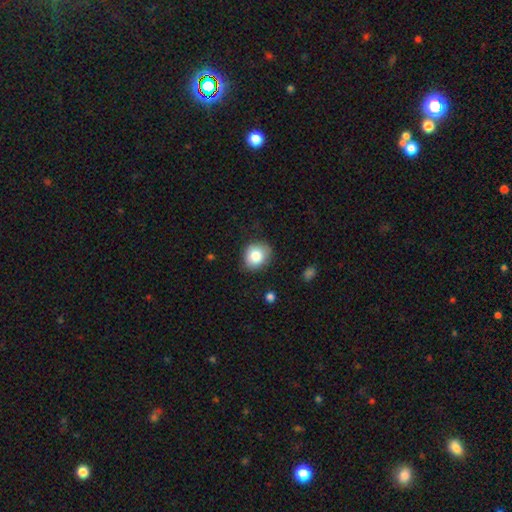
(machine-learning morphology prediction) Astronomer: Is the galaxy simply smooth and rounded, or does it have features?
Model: smooth — 82%.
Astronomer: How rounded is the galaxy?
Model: round — 64%.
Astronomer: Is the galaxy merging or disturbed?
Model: none — 81%.